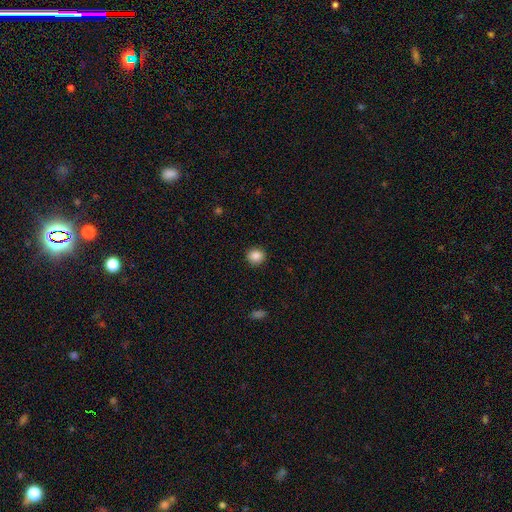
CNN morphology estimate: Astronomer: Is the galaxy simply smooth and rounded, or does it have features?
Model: smooth — 87%.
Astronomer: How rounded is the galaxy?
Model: round — 85%.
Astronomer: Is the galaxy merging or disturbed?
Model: none — 92%.